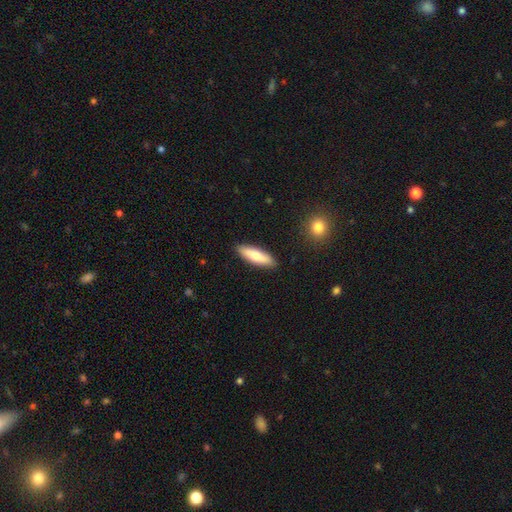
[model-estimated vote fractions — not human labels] The model was most divided on "how rounded": cigar-shaped: 57%, in between: 41%, round: 2%. More confident: merging — none (89%); smooth or featured — smooth (69%).